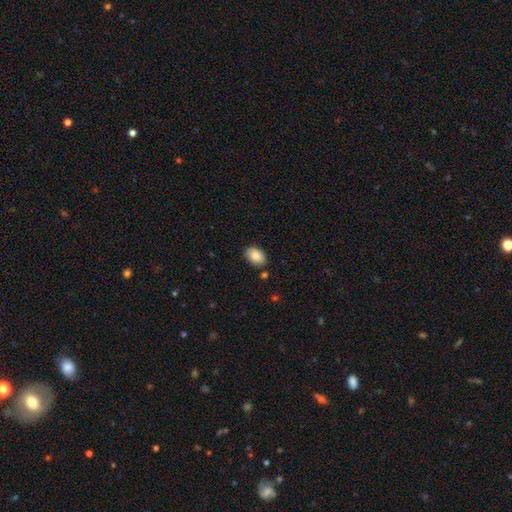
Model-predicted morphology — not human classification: Q: Smooth or featured?
A: smooth (87%); runner-up: star or artifact (7%)
Q: How rounded?
A: in between (87%); runner-up: round (12%)
Q: Merging?
A: none (82%); runner-up: minor disturbance (12%)